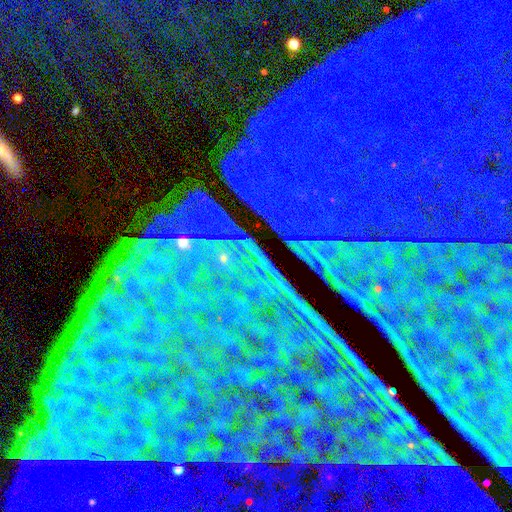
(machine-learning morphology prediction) Smooth or featured: star or artifact — 88% (featured or disk — 7%)